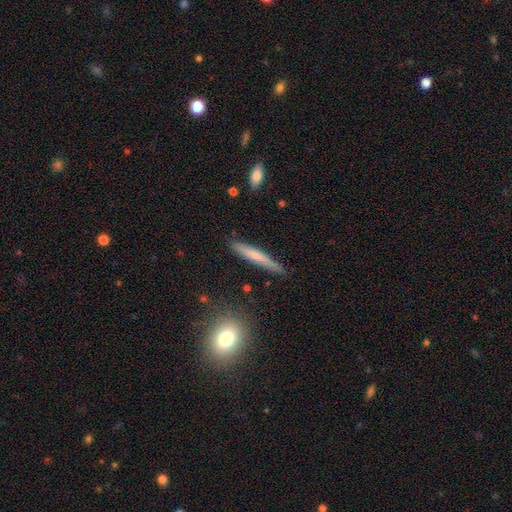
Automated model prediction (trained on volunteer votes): Smooth or featured?
  - smooth: 61% *
  - featured or disk: 33%
  - star or artifact: 6%
How rounded?
  - cigar-shaped: 95% *
  - in between: 4%
  - round: 2%
Merging?
  - none: 86% *
  - minor disturbance: 11%
  - major disturbance: 2%
  - merger: 2%